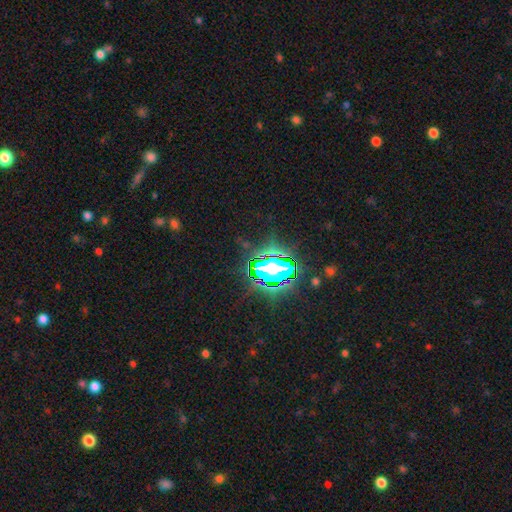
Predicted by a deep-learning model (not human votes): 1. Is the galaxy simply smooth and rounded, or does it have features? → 82% star or artifact, 11% smooth, 7% featured or disk.